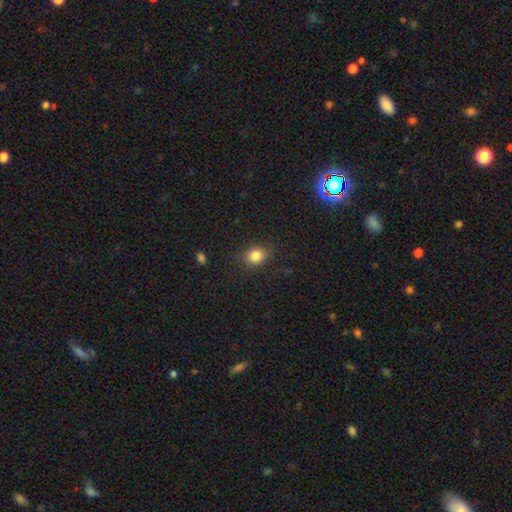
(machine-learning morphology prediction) A smooth galaxy with no disk features (83%) that is in between round and cigar-shaped (53%).

Vote fractions:
- Smooth or featured? smooth: 83% / star or artifact: 11% / featured or disk: 6%
- How rounded? in between: 53% / round: 46% / cigar-shaped: 1%
- Merging? none: 81% / minor disturbance: 14% / major disturbance: 4% / merger: 1%